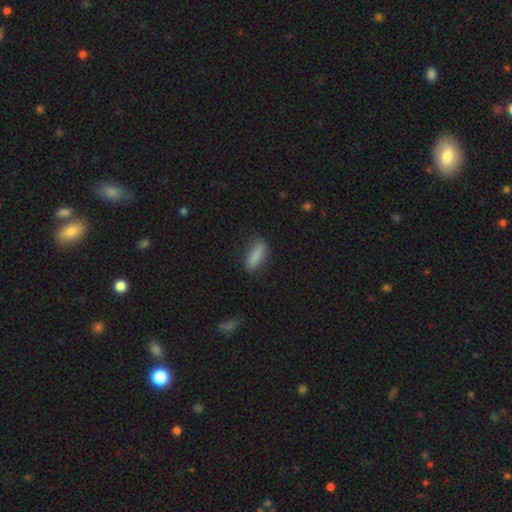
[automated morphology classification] smooth 84%, featured or disk 8%, star or artifact 8%. Down the decision tree: how rounded — in between (53%); merging — none (71%).